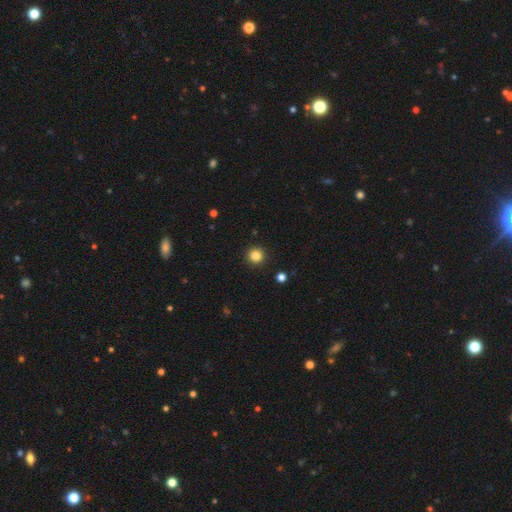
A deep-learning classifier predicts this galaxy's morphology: A smooth galaxy with no disk features (84%) that is round (96%). Merging: none (93%).